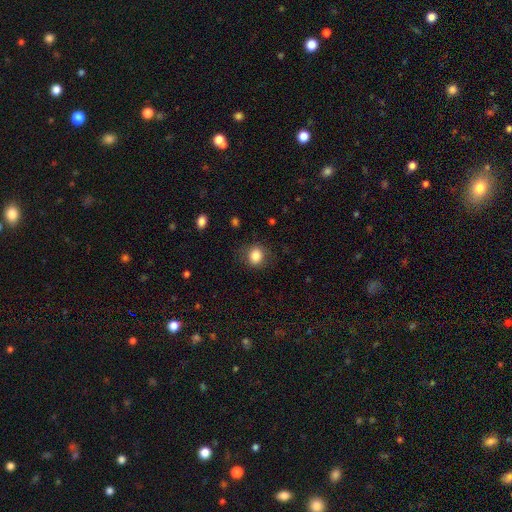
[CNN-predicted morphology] Smooth or featured: smooth — 84% (star or artifact — 10%)
How rounded: round — 66% (in between — 33%)
Merging: none — 79% (minor disturbance — 14%)